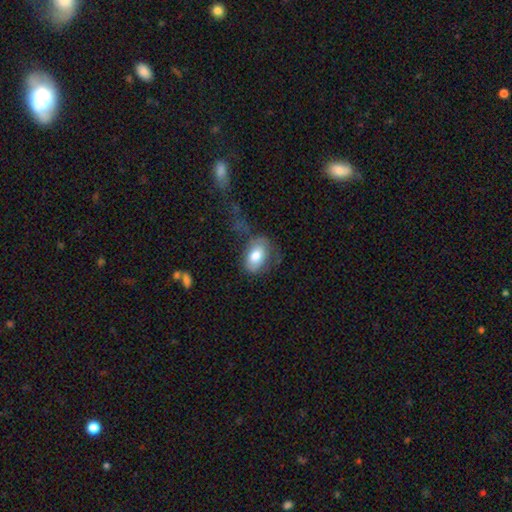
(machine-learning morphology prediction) Overall: smooth (73%). How rounded: in between (87%). Merging: none (39%; major disturbance 30%).